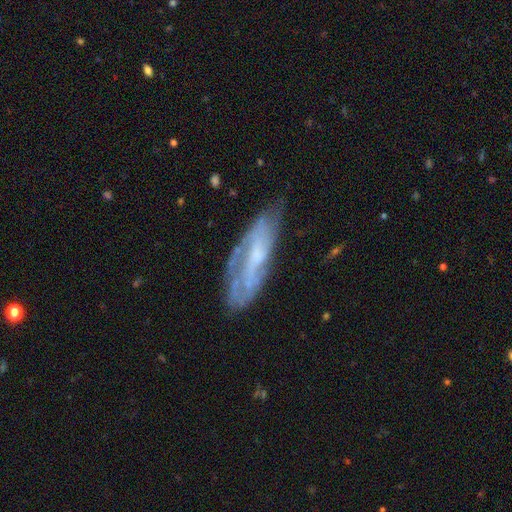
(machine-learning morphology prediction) smooth_or_featured: featured or disk (p=0.65) [alt: smooth p=0.27]
disk_edge_on: no (p=0.75) [alt: yes p=0.25]
merging: none (p=0.57) [alt: minor disturbance p=0.26]